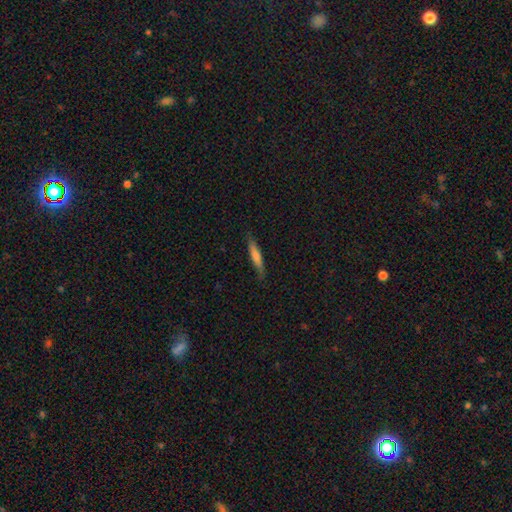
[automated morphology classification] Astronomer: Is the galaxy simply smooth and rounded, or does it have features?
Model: smooth — 54% (runner-up: featured or disk, 39%).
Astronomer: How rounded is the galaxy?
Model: cigar-shaped — 90%.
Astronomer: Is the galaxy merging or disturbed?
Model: none — 85%.